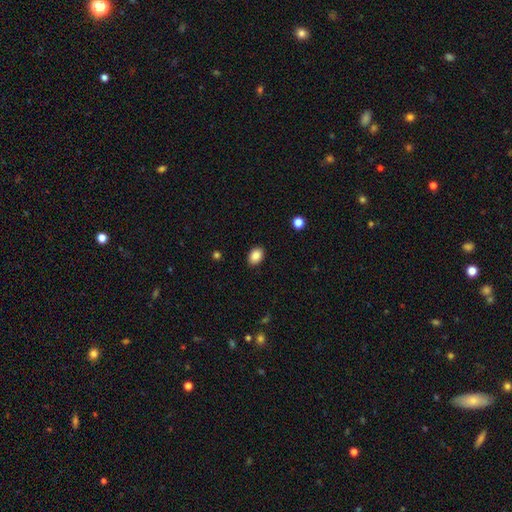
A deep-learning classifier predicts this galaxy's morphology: type=smooth (87%); roundness=in between (76%); merging=none (89%).